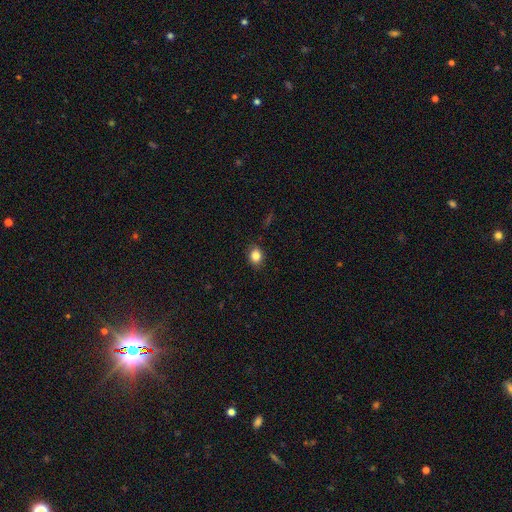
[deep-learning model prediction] smooth-or-featured: smooth: 84% | star or artifact: 10% | featured or disk: 6%
  how-rounded: round: 50% | in between: 49% | cigar-shaped: 1%
  merging: none: 87% | minor disturbance: 10% | major disturbance: 2% | merger: 1%